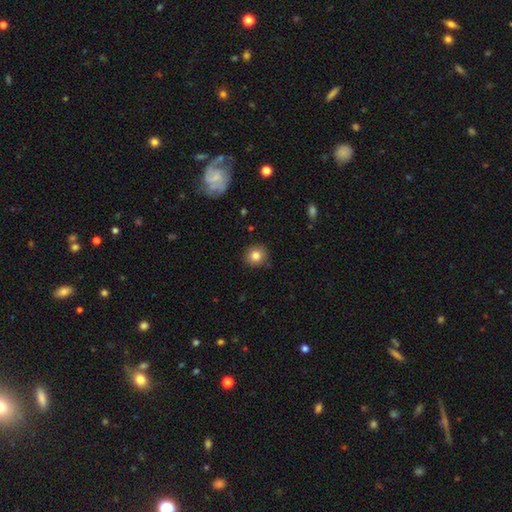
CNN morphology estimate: smooth_or_featured: smooth (p=0.83) [alt: star or artifact p=0.10]
how_rounded: round (p=0.90) [alt: in between p=0.09]
merging: none (p=0.89) [alt: minor disturbance p=0.08]